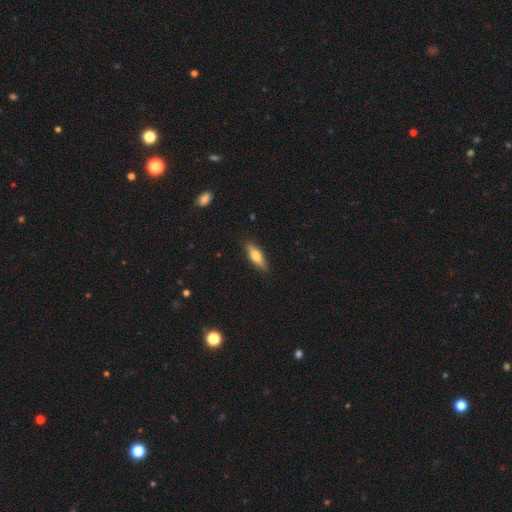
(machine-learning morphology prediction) smooth-or-featured: smooth: 69% | featured or disk: 26% | star or artifact: 6%
  how-rounded: in between: 55% | cigar-shaped: 43% | round: 2%
  merging: none: 87% | minor disturbance: 10% | major disturbance: 2% | merger: 1%